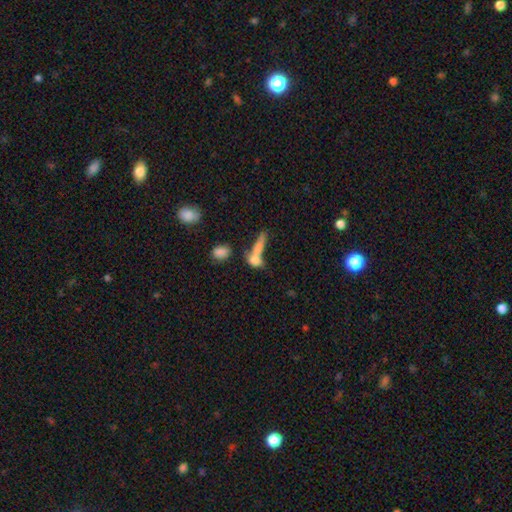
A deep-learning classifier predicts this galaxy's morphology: smooth_or_featured: smooth (p=0.72) [alt: featured or disk p=0.17]
how_rounded: in between (p=0.53) [alt: cigar-shaped p=0.35]
merging: merger (p=0.53) [alt: none p=0.30]